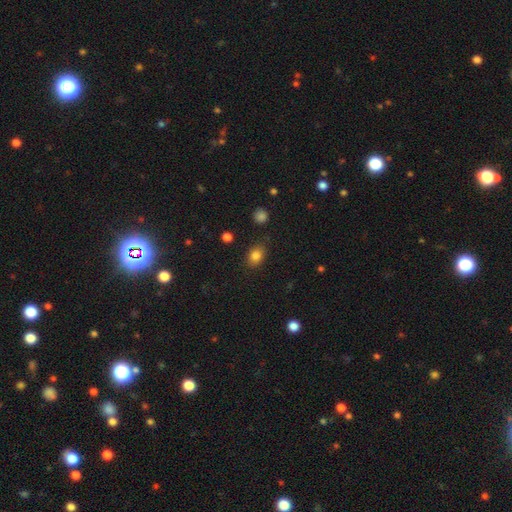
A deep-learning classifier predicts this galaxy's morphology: Q: Smooth or featured?
A: smooth (82%); runner-up: star or artifact (11%)
Q: How rounded?
A: in between (64%); runner-up: round (35%)
Q: Merging?
A: none (82%); runner-up: minor disturbance (13%)